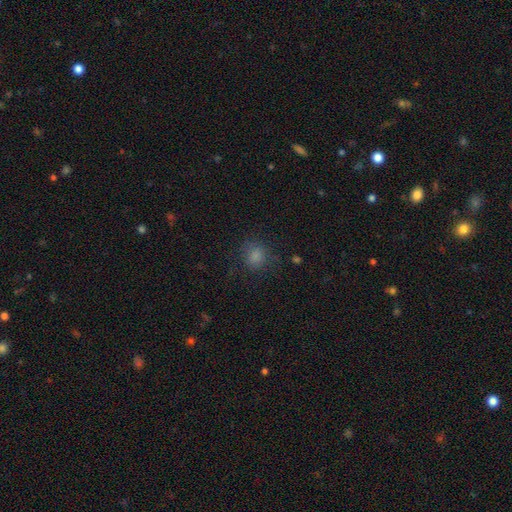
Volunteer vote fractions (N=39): smooth 82%, star or artifact 13%, featured or disk 5%. Down the decision tree: how rounded — round (88%); merging — none (91%).